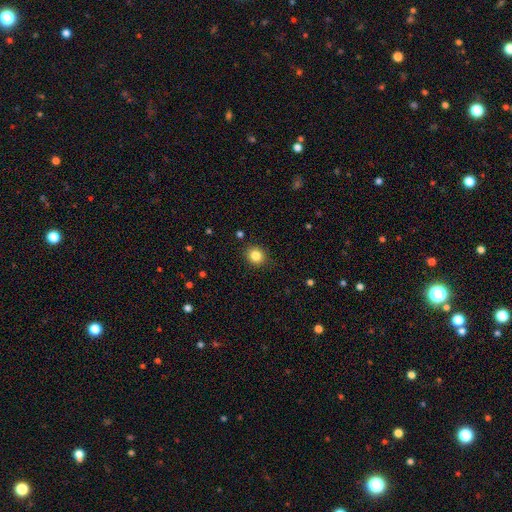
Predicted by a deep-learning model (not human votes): This appears to be a smooth galaxy with no disk features (84%) that is round (80%). Merging: none (88%).